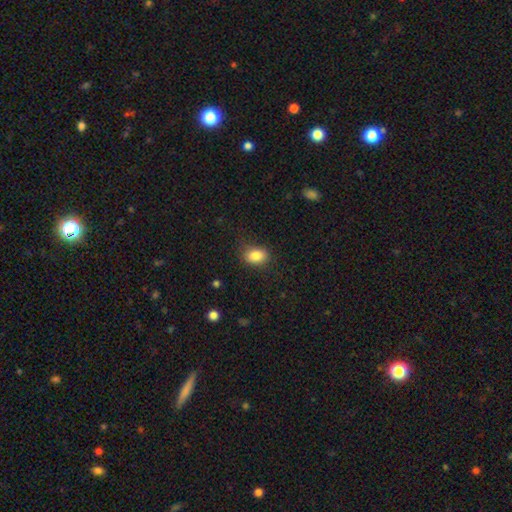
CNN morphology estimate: This is clearly a smooth galaxy (85%). How rounded: likely in between (77%). Merging: clearly none (83%).